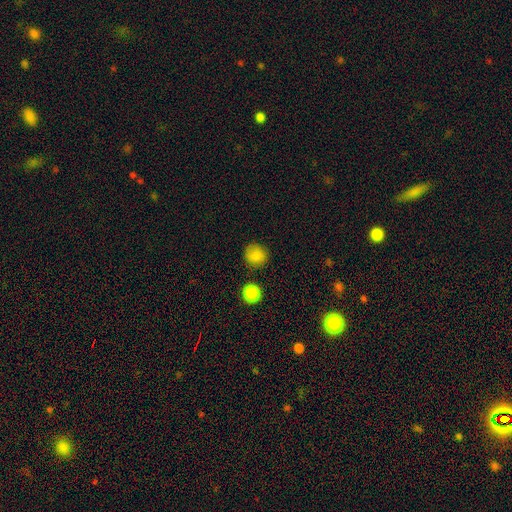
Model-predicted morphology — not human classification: smooth 83%, star or artifact 12%, featured or disk 5%. Down the decision tree: how rounded — round (87%); merging — none (82%).